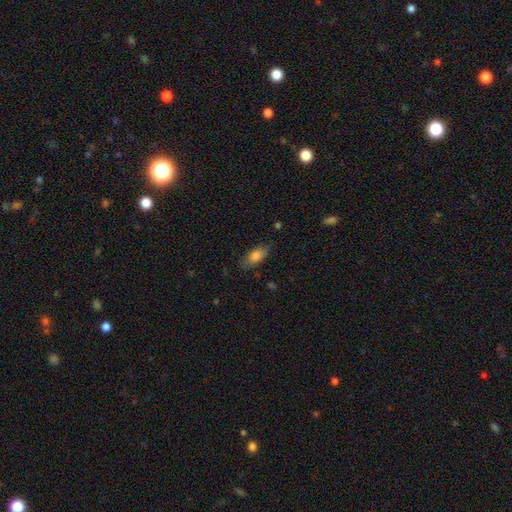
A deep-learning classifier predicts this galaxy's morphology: Smooth or featured?
  - smooth: 79% *
  - featured or disk: 13%
  - star or artifact: 8%
How rounded?
  - in between: 83% *
  - cigar-shaped: 13%
  - round: 4%
Merging?
  - none: 76% *
  - minor disturbance: 18%
  - major disturbance: 5%
  - merger: 1%